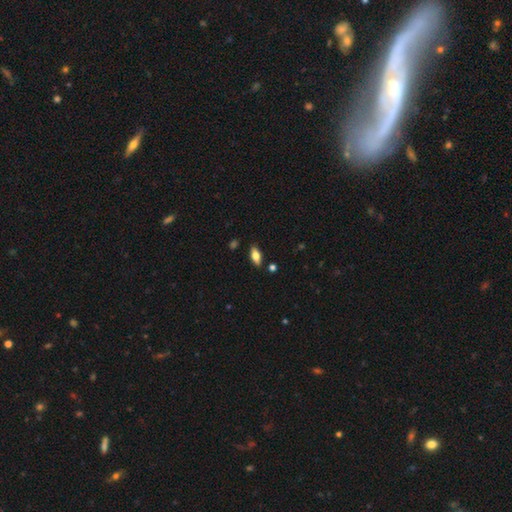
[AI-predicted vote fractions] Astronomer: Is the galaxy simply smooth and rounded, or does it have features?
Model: smooth — 66%.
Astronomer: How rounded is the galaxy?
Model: in between — 83%.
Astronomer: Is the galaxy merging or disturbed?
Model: none — 87%.